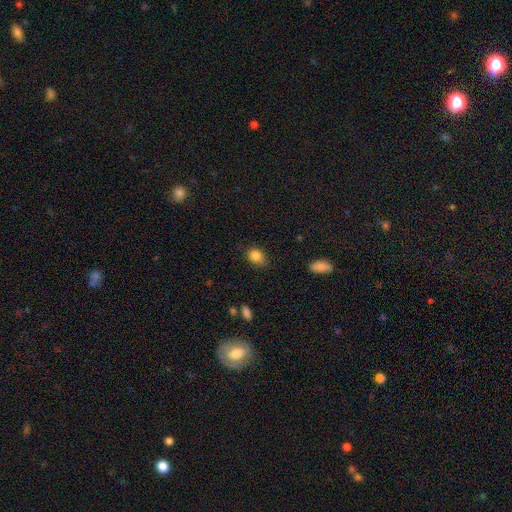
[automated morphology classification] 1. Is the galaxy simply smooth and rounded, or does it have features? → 84% smooth, 10% star or artifact, 6% featured or disk.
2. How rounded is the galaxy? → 59% in between, 40% round, 1% cigar-shaped.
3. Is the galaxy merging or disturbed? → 78% none, 18% minor disturbance, 3% major disturbance, 1% merger.